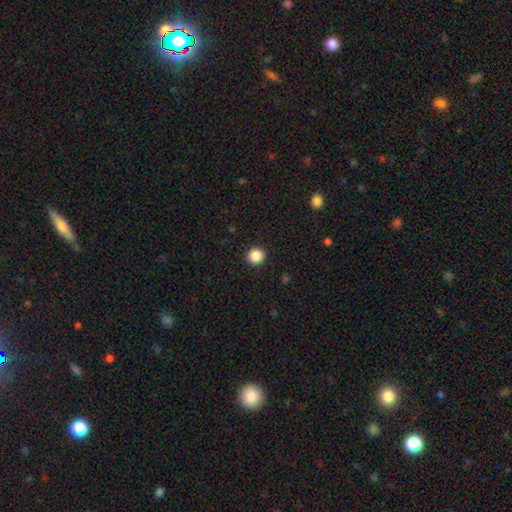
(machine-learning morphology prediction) A smooth galaxy with no disk features (87%) that is round (94%).

Vote fractions:
- Smooth or featured? smooth: 87% / star or artifact: 10% / featured or disk: 3%
- How rounded? round: 94% / in between: 5% / cigar-shaped: 1%
- Merging? none: 93% / minor disturbance: 4% / major disturbance: 2% / merger: 1%